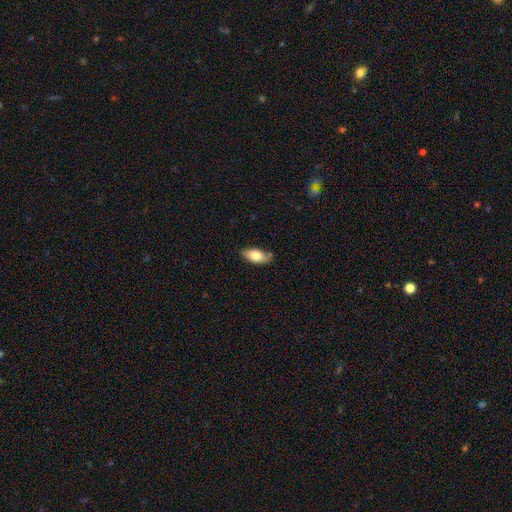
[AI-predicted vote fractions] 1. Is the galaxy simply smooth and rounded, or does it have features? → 78% smooth, 16% featured or disk, 6% star or artifact.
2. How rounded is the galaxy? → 88% in between, 9% cigar-shaped, 3% round.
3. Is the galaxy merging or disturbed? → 75% none, 19% minor disturbance, 3% major disturbance, 3% merger.